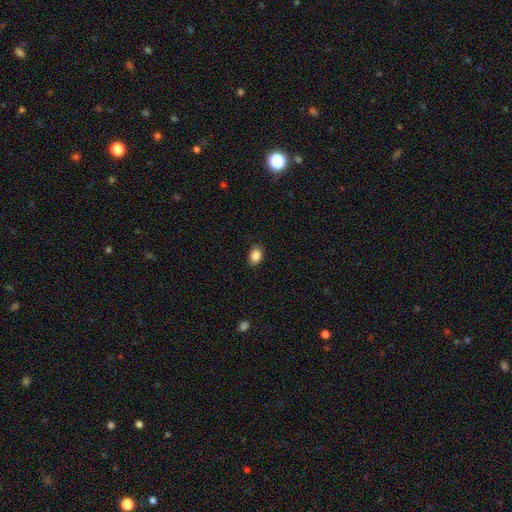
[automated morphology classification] Q: Smooth or featured?
A: smooth (88%); runner-up: star or artifact (8%)
Q: How rounded?
A: in between (76%); runner-up: round (23%)
Q: Merging?
A: none (87%); runner-up: minor disturbance (10%)